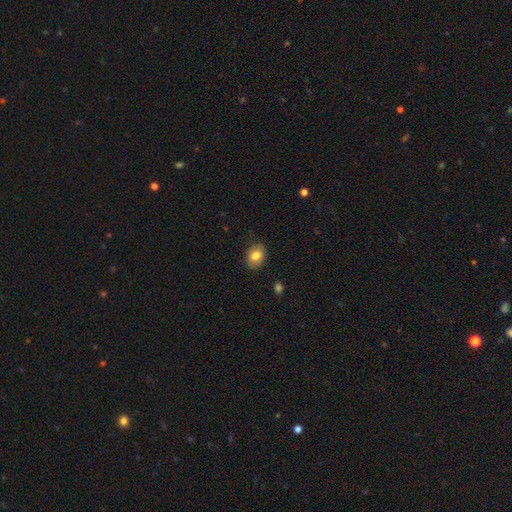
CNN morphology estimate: This appears to be a smooth galaxy with no disk features (83%) that is in between round and cigar-shaped (63%). Merging: none (87%).